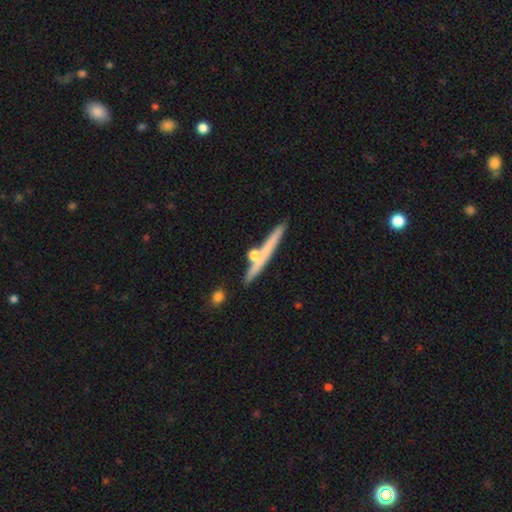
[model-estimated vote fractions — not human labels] The model was most divided on "smooth or featured": smooth: 48%, featured or disk: 44%, star or artifact: 8%. More confident: merging — none (67%).